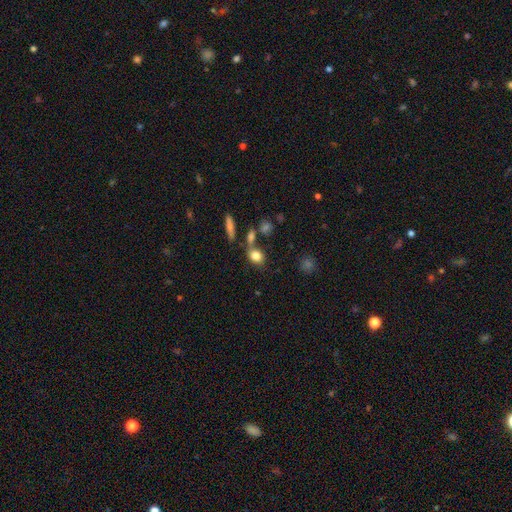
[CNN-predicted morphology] smooth_or_featured: smooth (p=0.81) [alt: star or artifact p=0.10]
how_rounded: in between (p=0.57) [alt: round p=0.39]
merging: none (p=0.62) [alt: merger p=0.20]